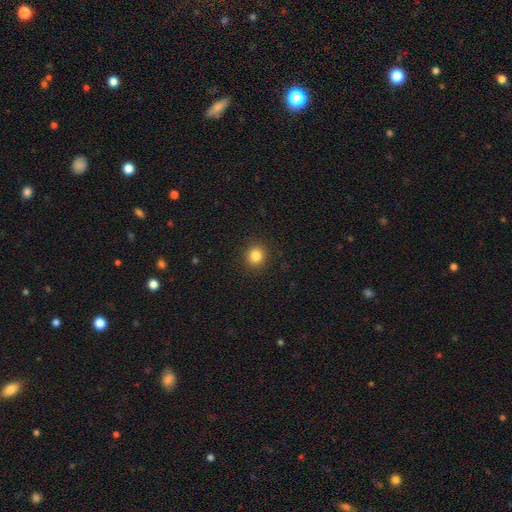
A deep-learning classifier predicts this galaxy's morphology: type=smooth (83%); roundness=round (87%); merging=none (91%).